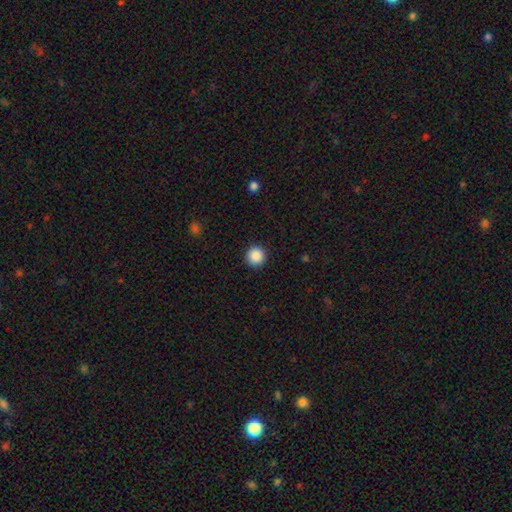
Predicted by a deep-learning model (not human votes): This is clearly a smooth galaxy (88%). How rounded: clearly round (95%). Merging: clearly none (92%).